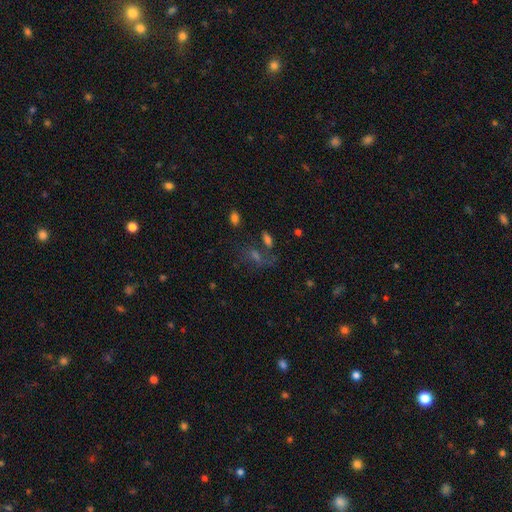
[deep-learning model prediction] Morphology: type=star or artifact (37%).